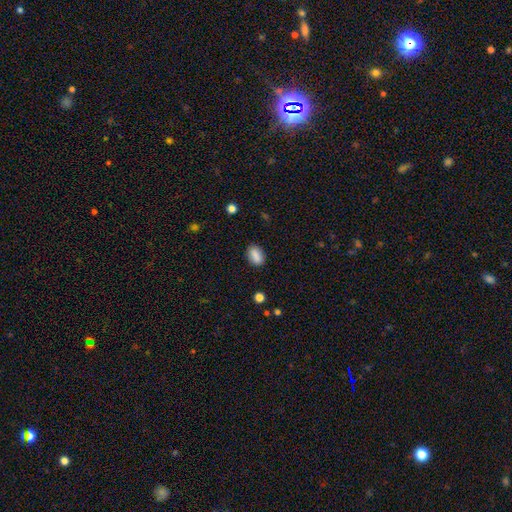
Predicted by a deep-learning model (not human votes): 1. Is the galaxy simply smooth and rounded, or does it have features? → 87% smooth, 8% star or artifact, 6% featured or disk.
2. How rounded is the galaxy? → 87% in between, 9% round, 4% cigar-shaped.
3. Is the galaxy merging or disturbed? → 85% none, 11% minor disturbance, 3% major disturbance, 2% merger.